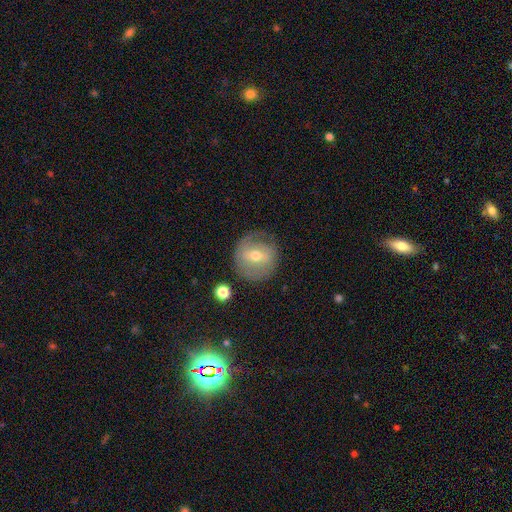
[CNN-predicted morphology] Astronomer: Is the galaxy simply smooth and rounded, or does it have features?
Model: featured or disk — 49% (runner-up: smooth, 43%).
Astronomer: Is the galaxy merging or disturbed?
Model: none — 72%.